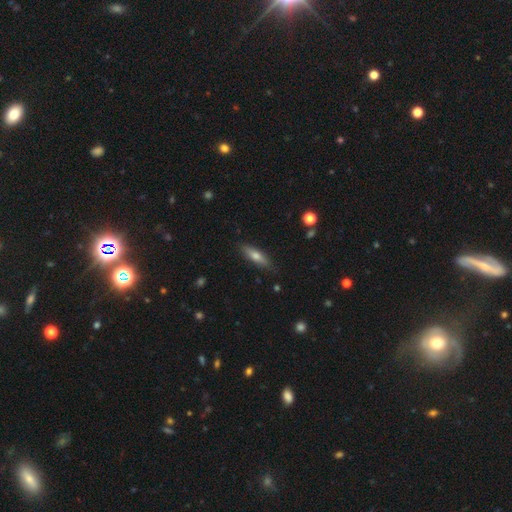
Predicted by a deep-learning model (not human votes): Smooth or featured? smooth (60%)
How rounded? cigar-shaped (65%)
Merging? none (84%)